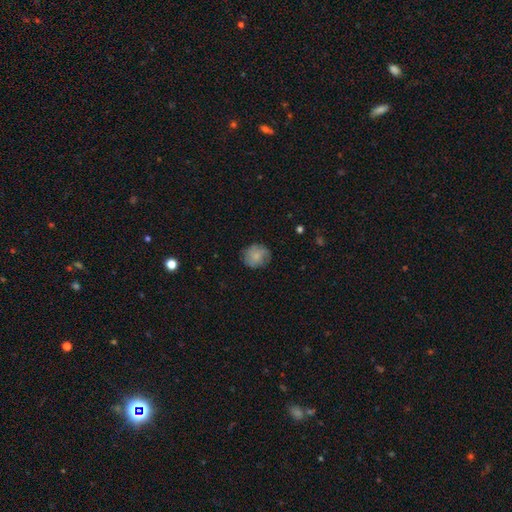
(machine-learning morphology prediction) smooth 73%, featured or disk 19%, star or artifact 8%. Down the decision tree: how rounded — round (82%); merging — none (75%).